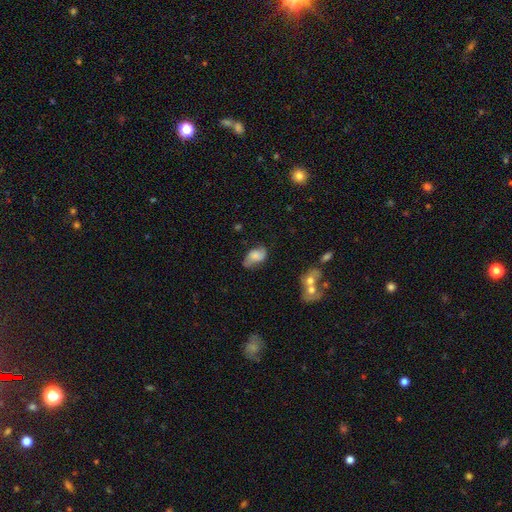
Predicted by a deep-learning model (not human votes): This is possibly a smooth galaxy (54%). How rounded: clearly in between (88%). Merging: possibly none (55%).